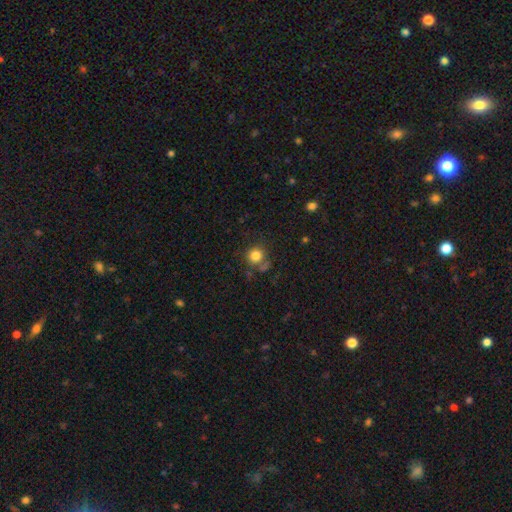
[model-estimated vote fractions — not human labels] smooth_or_featured: smooth (p=0.82) [alt: star or artifact p=0.12]
how_rounded: round (p=0.90) [alt: in between p=0.09]
merging: none (p=0.72) [alt: minor disturbance p=0.13]